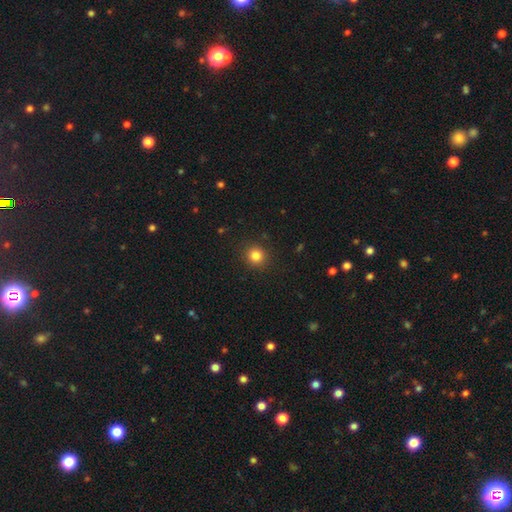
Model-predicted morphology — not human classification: smooth-or-featured: smooth: 83% | star or artifact: 12% | featured or disk: 5%
  how-rounded: round: 89% | in between: 10% | cigar-shaped: 1%
  merging: none: 90% | minor disturbance: 6% | major disturbance: 2% | merger: 1%